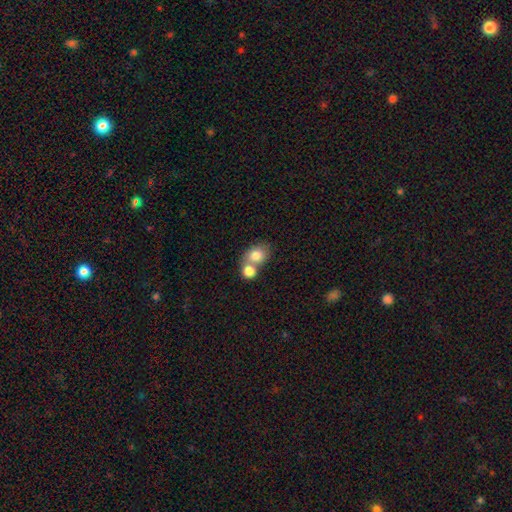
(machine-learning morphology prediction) This is likely a smooth galaxy (80%). How rounded: possibly round (56%). Merging: possibly merger (59%).